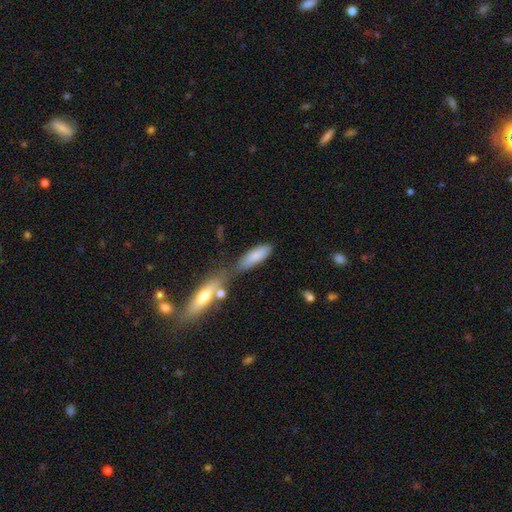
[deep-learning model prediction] smooth 80%, featured or disk 13%, star or artifact 7%. Down the decision tree: how rounded — in between (58%); merging — none (49%).